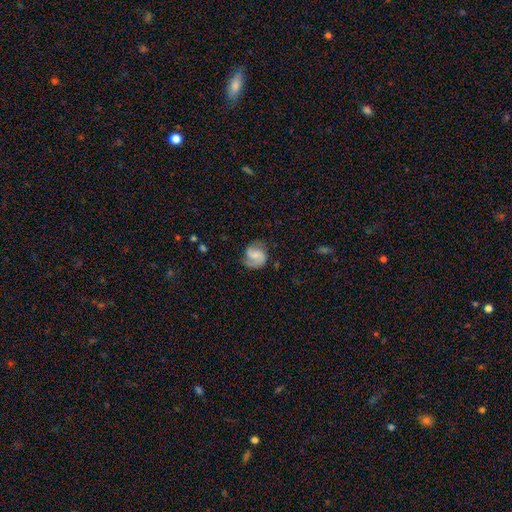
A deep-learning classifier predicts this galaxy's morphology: This is likely a featured or disk galaxy (63%). It is clearly not viewed edge-on (98%). Bar: marginally weak (44%). Spiral arm pattern: clearly yes (92%). Spiral arm count: likely 2 (74%). Spiral winding: possibly medium (45%). Central bulge: marginally none (36%). Merging: likely none (67%).